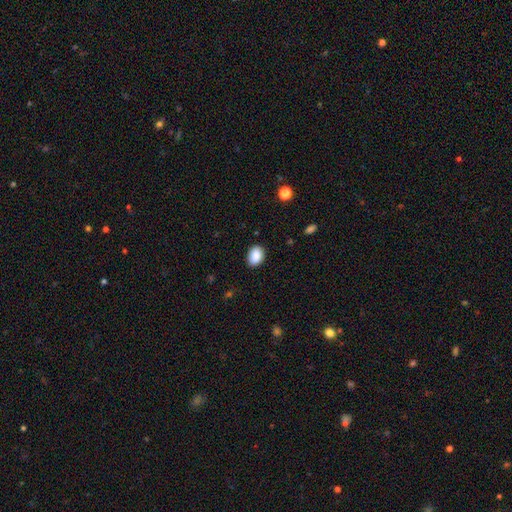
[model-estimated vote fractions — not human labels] A smooth galaxy with no disk features (89%) that is in between round and cigar-shaped (77%).

Vote fractions:
- Smooth or featured? smooth: 89% / star or artifact: 7% / featured or disk: 3%
- How rounded? in between: 77% / round: 22% / cigar-shaped: 1%
- Merging? none: 88% / minor disturbance: 9% / major disturbance: 2% / merger: 1%